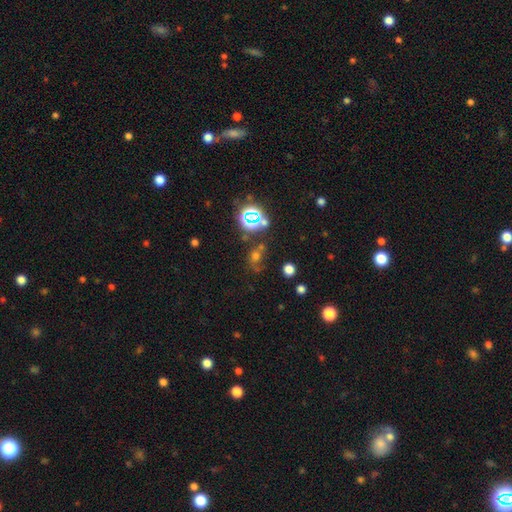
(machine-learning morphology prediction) This is marginally a star or artifact rather than a galaxy (43%).